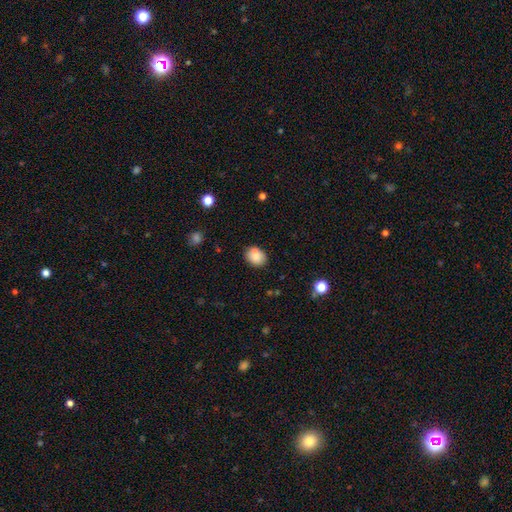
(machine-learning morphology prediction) The model was most divided on "how rounded": in between: 54%, round: 45%, cigar-shaped: 1%. More confident: smooth or featured — smooth (83%); merging — none (69%).